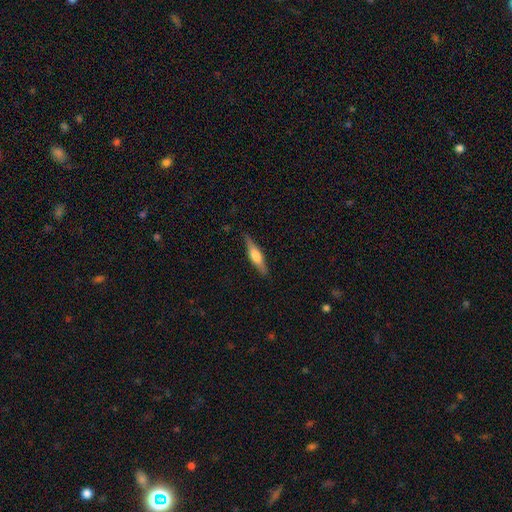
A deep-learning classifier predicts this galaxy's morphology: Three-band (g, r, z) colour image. It shows a featured or disk galaxy (51%) viewed edge-on (95%). Merging: none (86%).